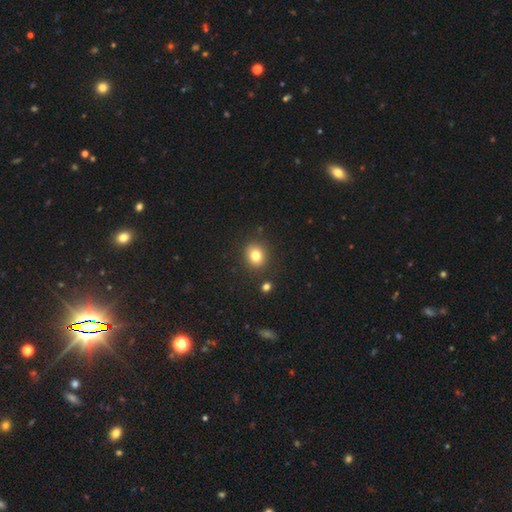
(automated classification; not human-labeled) Q: Smooth or featured?
A: smooth (81%); runner-up: star or artifact (12%)
Q: How rounded?
A: round (71%); runner-up: in between (28%)
Q: Merging?
A: none (85%); runner-up: minor disturbance (9%)